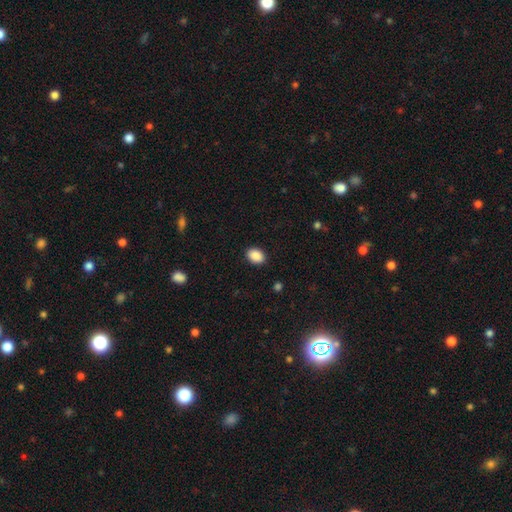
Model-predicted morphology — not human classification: Smooth or featured? Predicted: smooth (p=0.90). How rounded? Predicted: in between (p=0.78). Merging? Predicted: none (p=0.90).